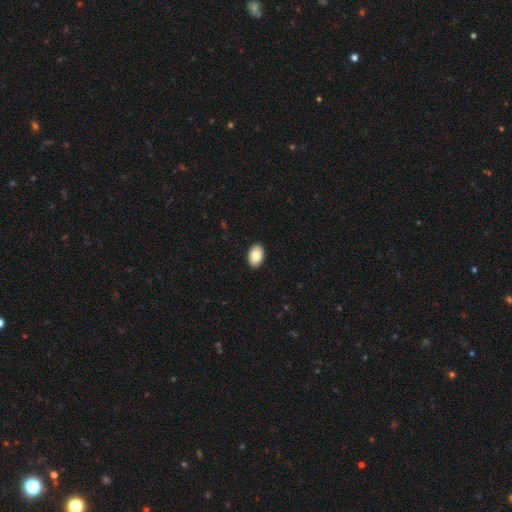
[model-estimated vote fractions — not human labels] Smooth or featured: smooth — 83% (featured or disk — 10%)
How rounded: in between — 90% (round — 9%)
Merging: none — 91% (minor disturbance — 6%)